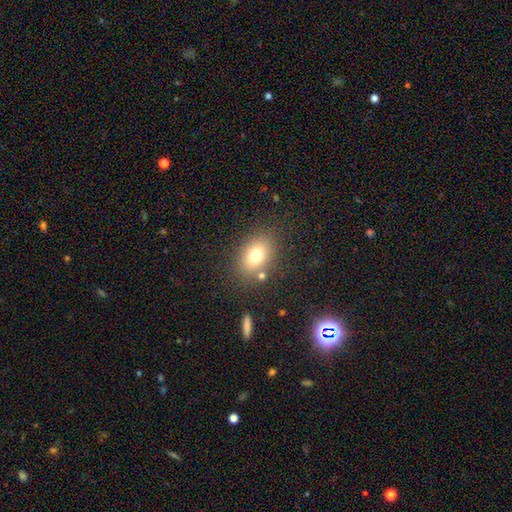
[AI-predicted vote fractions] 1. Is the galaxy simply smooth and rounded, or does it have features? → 75% smooth, 13% featured or disk, 12% star or artifact.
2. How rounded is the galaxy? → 72% in between, 26% round, 1% cigar-shaped.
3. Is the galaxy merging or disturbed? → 78% none, 11% minor disturbance, 6% merger, 4% major disturbance.